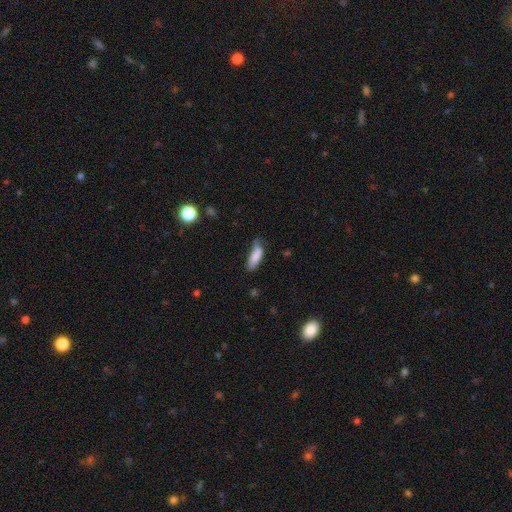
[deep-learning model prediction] A smooth galaxy with no disk features (81%) that is in between round and cigar-shaped (55%). Merging: none (46%).